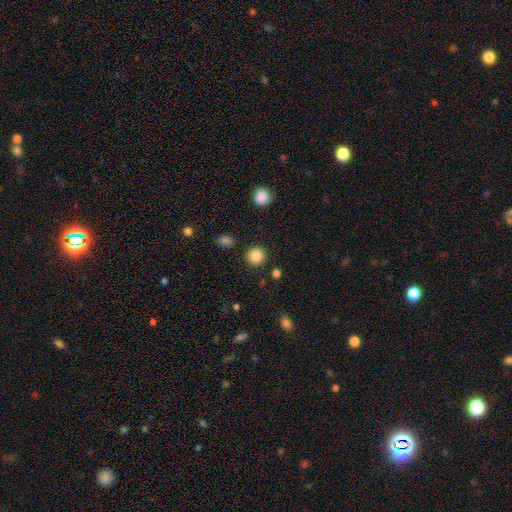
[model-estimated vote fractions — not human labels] Smooth or featured? smooth (86%)
How rounded? round (92%)
Merging? none (90%)